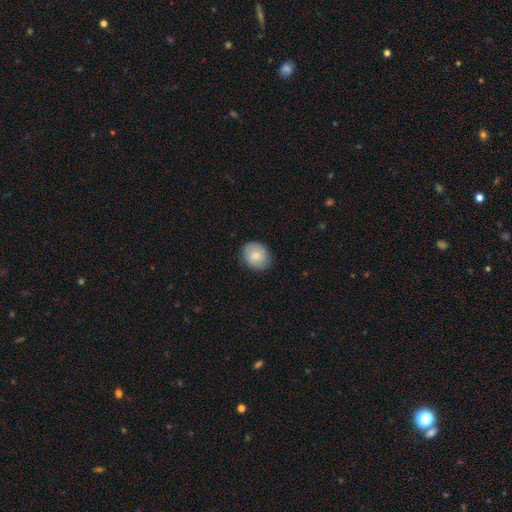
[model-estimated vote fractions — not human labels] A smooth galaxy with no disk features (68%) that is round (70%).

Vote fractions:
- Smooth or featured? smooth: 68% / featured or disk: 25% / star or artifact: 7%
- How rounded? round: 70% / in between: 29% / cigar-shaped: 1%
- Merging? none: 84% / minor disturbance: 12% / major disturbance: 3% / merger: 1%